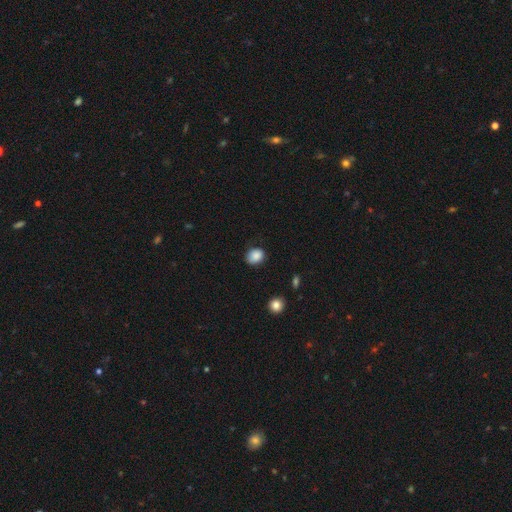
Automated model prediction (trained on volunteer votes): Smooth or featured? smooth (87%)
How rounded? in between (51%)
Merging? none (76%)